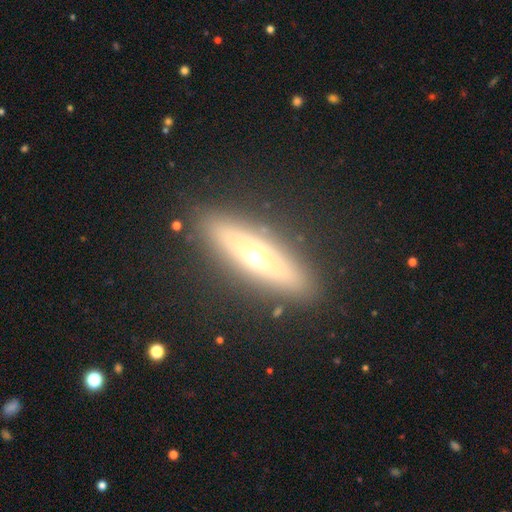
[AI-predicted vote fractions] Smooth or featured: featured or disk — 53% (smooth — 39%)
Edge-on disk: yes — 72% (no — 28%)
Merging: none — 87% (minor disturbance — 9%)